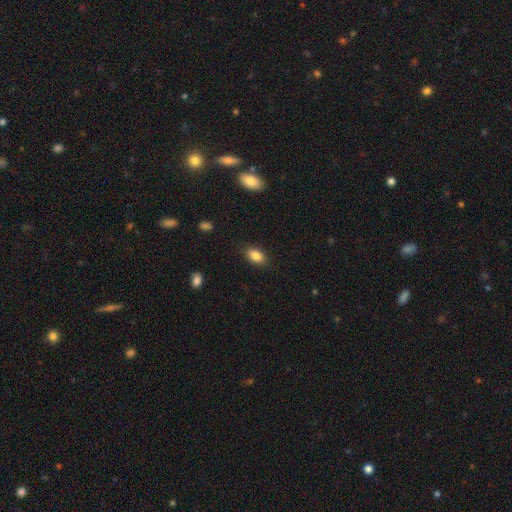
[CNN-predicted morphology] The model was most divided on "merging": none: 85%, minor disturbance: 11%, major disturbance: 3%, merger: 1%. More confident: how rounded — in between (88%); smooth or featured — smooth (86%).